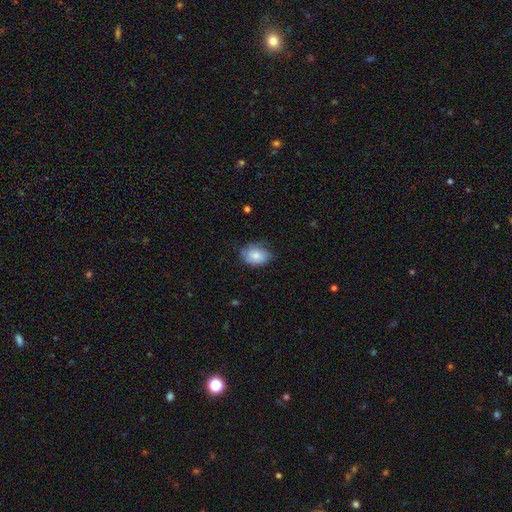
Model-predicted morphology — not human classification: Smooth or featured?
  - smooth: 69% *
  - featured or disk: 23%
  - star or artifact: 7%
How rounded?
  - in between: 80% *
  - round: 19%
  - cigar-shaped: 1%
Merging?
  - none: 55% *
  - minor disturbance: 33%
  - major disturbance: 10%
  - merger: 1%